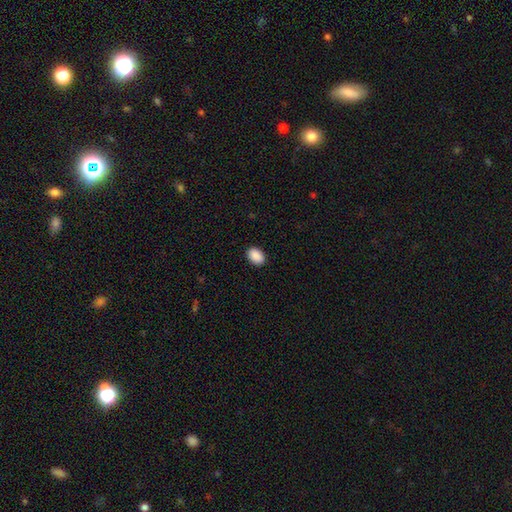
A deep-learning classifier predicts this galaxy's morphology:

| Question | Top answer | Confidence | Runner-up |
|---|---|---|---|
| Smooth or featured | smooth | 90% | star or artifact (7%) |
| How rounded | in between | 82% | round (17%) |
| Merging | none | 90% | minor disturbance (7%) |